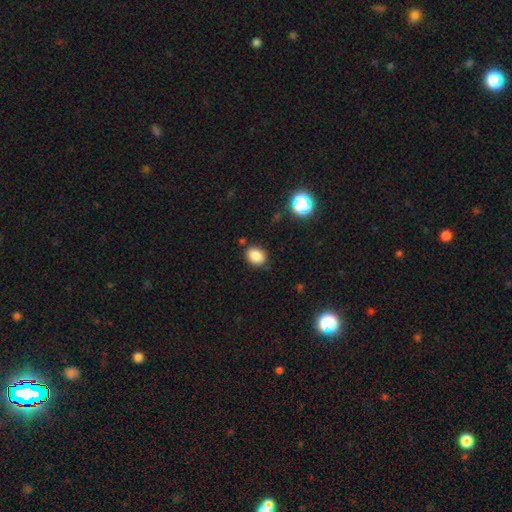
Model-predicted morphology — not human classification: Smooth or featured: smooth — 85% (star or artifact — 11%)
How rounded: in between — 56% (round — 43%)
Merging: none — 83% (minor disturbance — 12%)